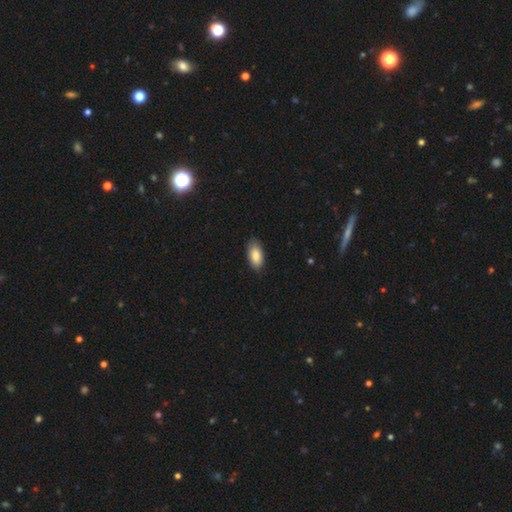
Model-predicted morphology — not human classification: This is clearly a smooth galaxy (85%). How rounded: clearly in between (93%). Merging: clearly none (84%).